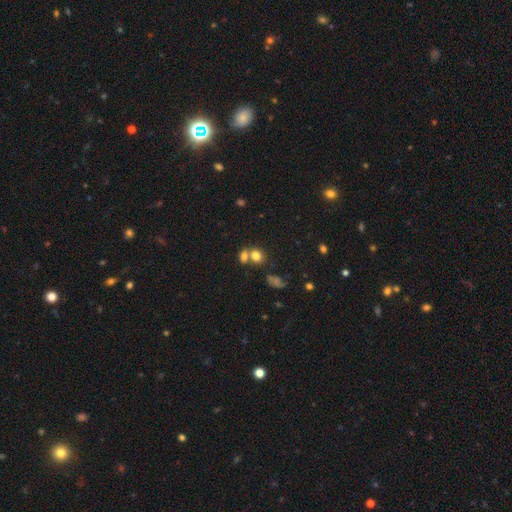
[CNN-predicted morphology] A smooth galaxy with no disk features (76%) that is round (57%). Merging: merger (45%).